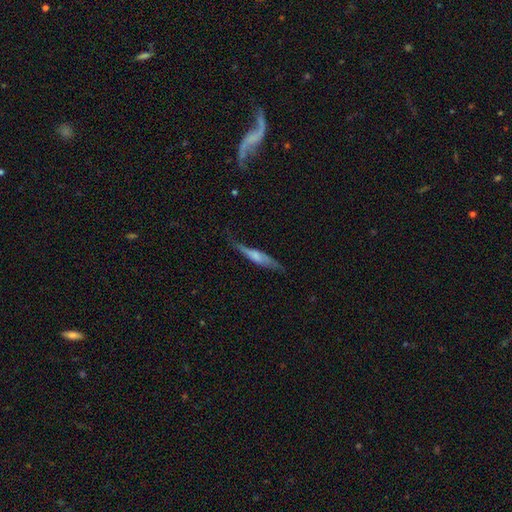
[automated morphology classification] Smooth or featured? featured or disk (49%)
Merging? none (61%)